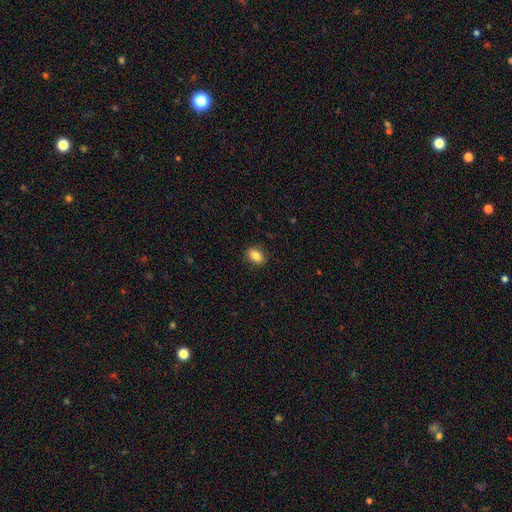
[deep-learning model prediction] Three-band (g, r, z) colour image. It shows a smooth galaxy with no disk features (85%) that is in between round and cigar-shaped (76%). Merging: none (89%).